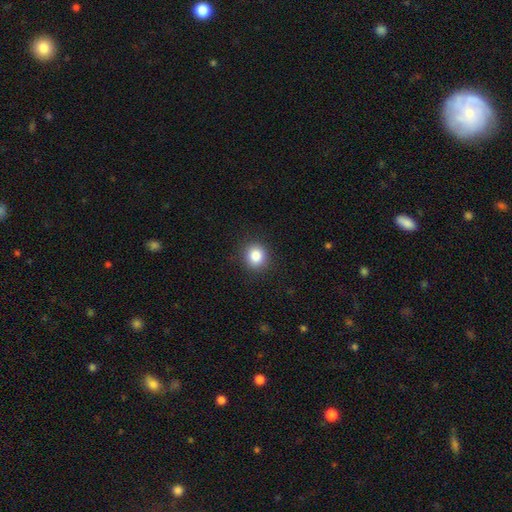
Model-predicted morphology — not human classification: A smooth galaxy with no disk features (85%) that is round (84%).

Vote fractions:
- Smooth or featured? smooth: 85% / star or artifact: 10% / featured or disk: 5%
- How rounded? round: 84% / in between: 15% / cigar-shaped: 1%
- Merging? none: 90% / minor disturbance: 7% / major disturbance: 2% / merger: 1%